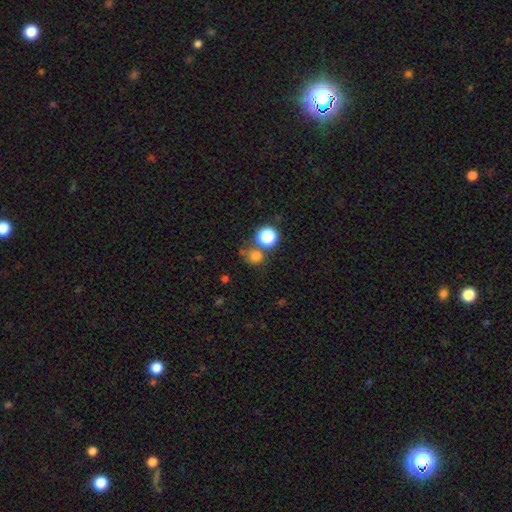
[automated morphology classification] type=smooth (73%); roundness=round (85%); merging=none (58%).